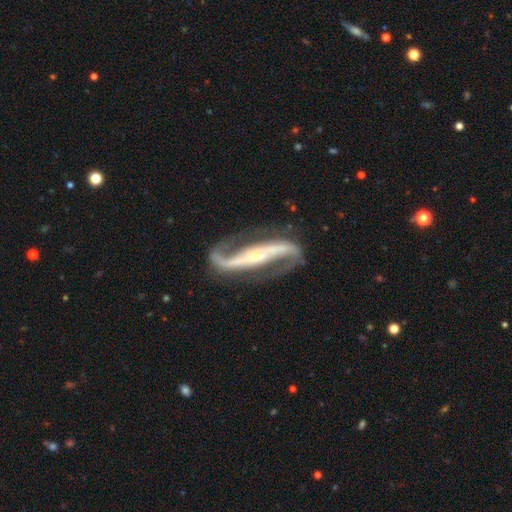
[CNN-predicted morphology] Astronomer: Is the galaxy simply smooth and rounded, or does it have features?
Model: featured or disk — 92%.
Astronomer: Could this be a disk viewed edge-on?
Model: no — 90%.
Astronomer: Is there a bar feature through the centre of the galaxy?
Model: strong — 65%.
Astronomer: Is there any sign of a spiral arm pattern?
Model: yes — 98%.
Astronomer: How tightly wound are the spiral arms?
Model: loose — 45% (runner-up: medium, 41%).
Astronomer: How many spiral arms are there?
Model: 2 — 94%.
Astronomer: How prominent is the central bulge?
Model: small — 66%.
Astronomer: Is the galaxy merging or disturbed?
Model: none — 80%.